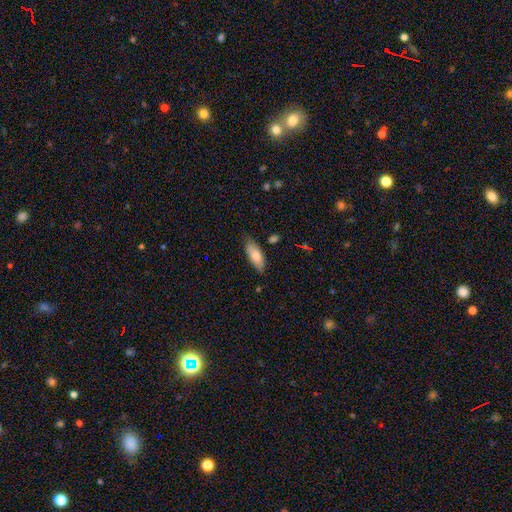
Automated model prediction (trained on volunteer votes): This is likely a smooth galaxy (76%). How rounded: clearly in between (82%). Merging: likely none (72%).